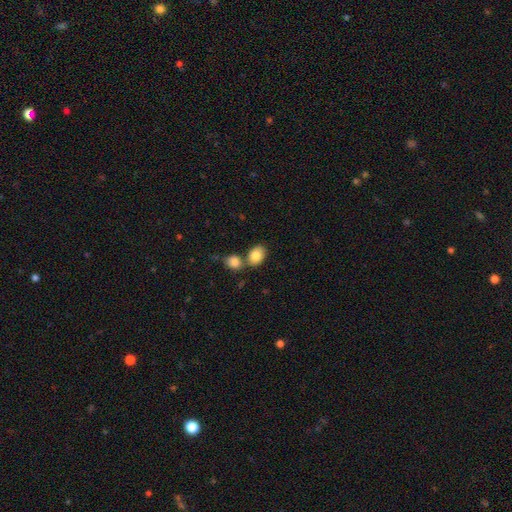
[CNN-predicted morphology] A smooth galaxy with no disk features (84%) that is in between round and cigar-shaped (74%). Merging: none (52%).